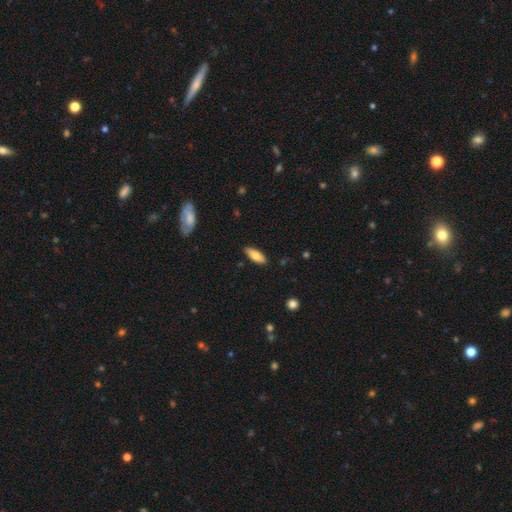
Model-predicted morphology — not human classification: smooth_or_featured: smooth (p=0.76) [alt: featured or disk p=0.17]
how_rounded: in between (p=0.70) [alt: cigar-shaped p=0.28]
merging: none (p=0.88) [alt: minor disturbance p=0.09]